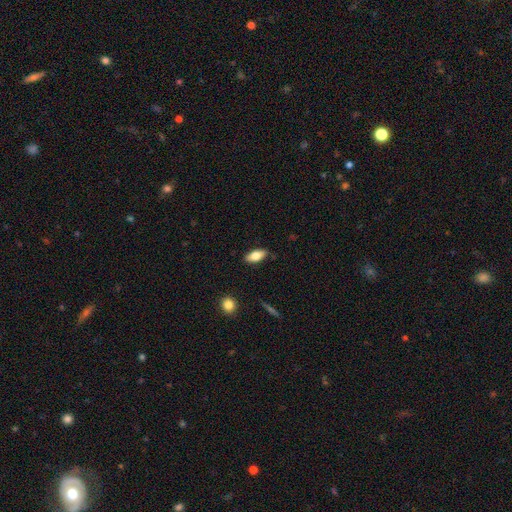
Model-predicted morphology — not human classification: This is likely a smooth galaxy (76%). How rounded: clearly in between (85%). Merging: clearly none (85%).